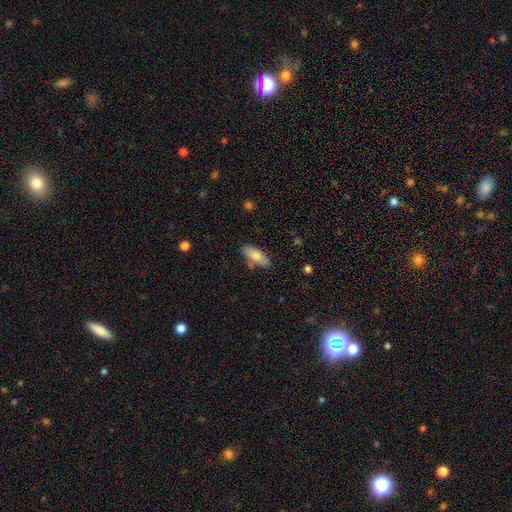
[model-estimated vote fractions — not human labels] Morphology: type=smooth (76%); roundness=in between (77%); merging=none (78%).